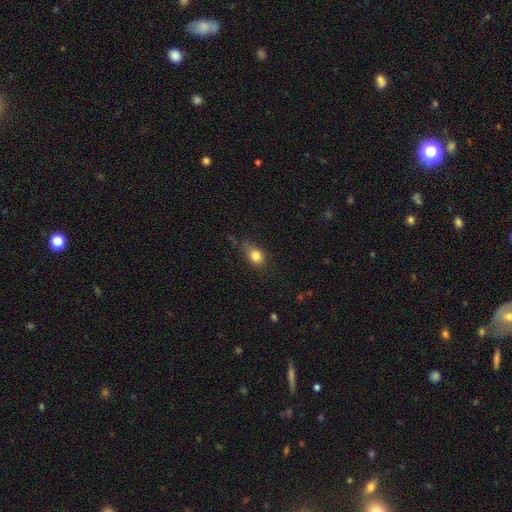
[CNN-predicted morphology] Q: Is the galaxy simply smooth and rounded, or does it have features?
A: smooth — 82%.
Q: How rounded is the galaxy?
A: in between — 65%.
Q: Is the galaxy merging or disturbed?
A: none — 59%.